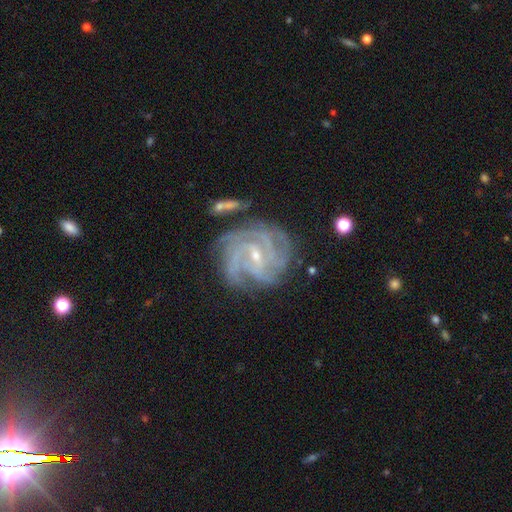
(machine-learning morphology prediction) This is clearly a featured or disk galaxy (90%). It is clearly not viewed edge-on (98%). Bar: possibly weak (53%). Spiral arm pattern: clearly yes (98%). Spiral arm count: marginally 4 (40%). Spiral winding: likely tight (69%). Central bulge: likely small (70%). Merging: likely none (70%).